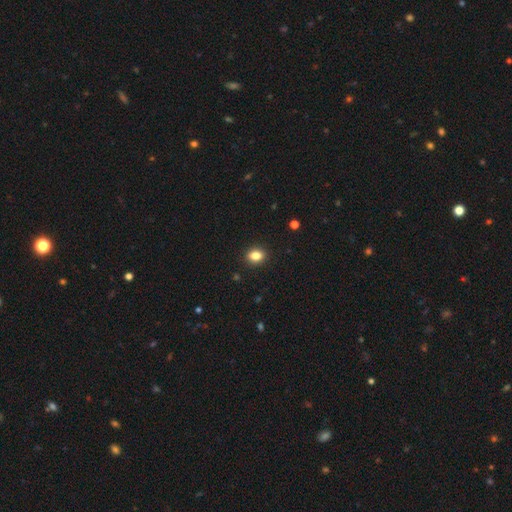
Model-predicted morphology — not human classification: Smooth or featured? smooth (85%)
How rounded? in between (57%)
Merging? none (90%)